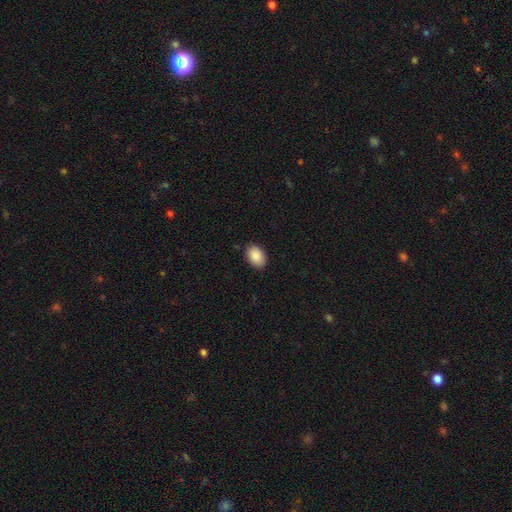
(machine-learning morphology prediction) smooth 89%, star or artifact 7%, featured or disk 4%. Down the decision tree: how rounded — in between (85%); merging — none (88%).